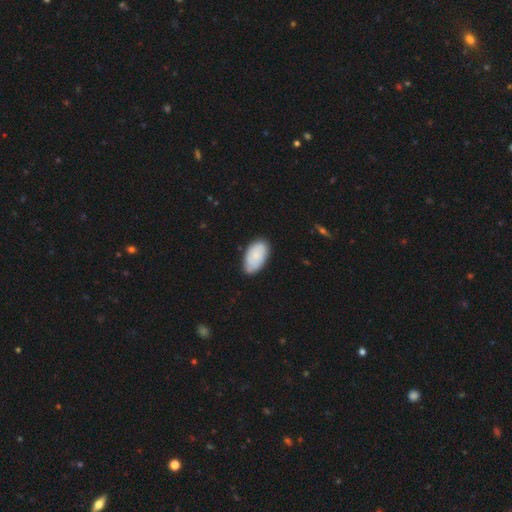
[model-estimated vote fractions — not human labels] smooth-or-featured: smooth: 76% | featured or disk: 18% | star or artifact: 6%
  how-rounded: in between: 95% | round: 3% | cigar-shaped: 2%
  merging: none: 71% | minor disturbance: 23% | major disturbance: 4% | merger: 2%